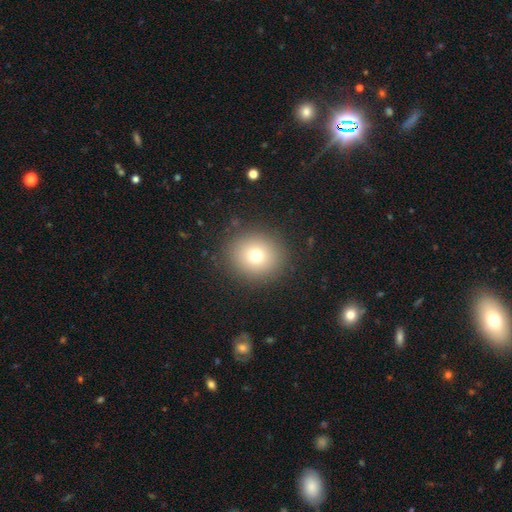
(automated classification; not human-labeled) Smooth or featured: smooth — 73% (star or artifact — 15%)
How rounded: round — 84% (in between — 15%)
Merging: none — 89% (minor disturbance — 7%)